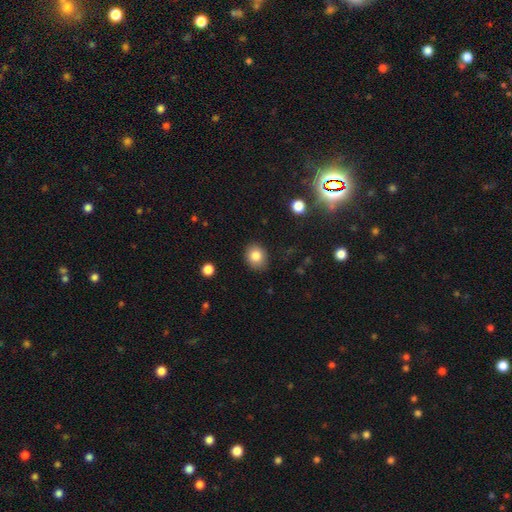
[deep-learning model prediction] smooth_or_featured: smooth (p=0.83) [alt: star or artifact p=0.10]
how_rounded: round (p=0.60) [alt: in between p=0.39]
merging: none (p=0.85) [alt: minor disturbance p=0.11]